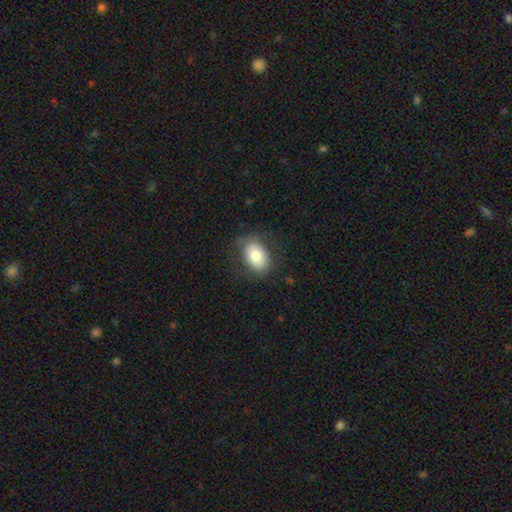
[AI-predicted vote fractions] Smooth or featured?
  - smooth: 77% *
  - featured or disk: 16%
  - star or artifact: 7%
How rounded?
  - in between: 82% *
  - round: 17%
  - cigar-shaped: 1%
Merging?
  - none: 77% *
  - minor disturbance: 15%
  - major disturbance: 7%
  - merger: 1%